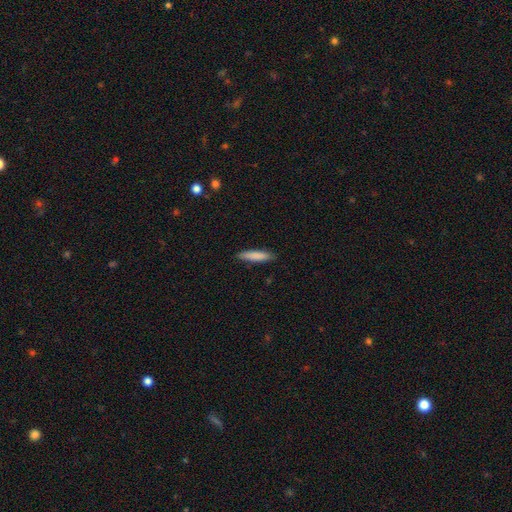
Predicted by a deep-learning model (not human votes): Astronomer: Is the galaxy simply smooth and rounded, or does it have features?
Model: smooth — 84%.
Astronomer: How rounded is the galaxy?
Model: cigar-shaped — 83%.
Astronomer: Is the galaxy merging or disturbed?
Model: none — 88%.